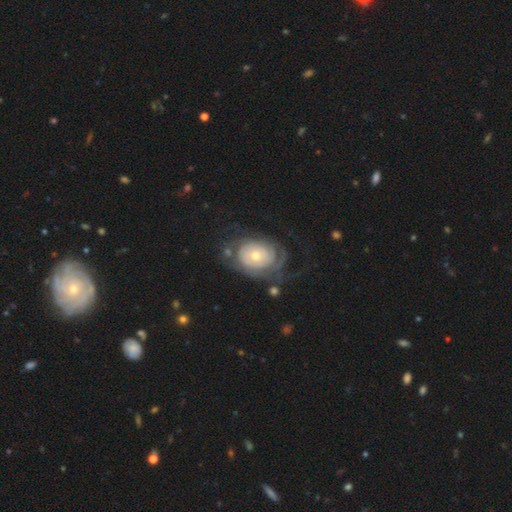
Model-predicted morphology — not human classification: The model was most divided on "bulge size": moderate: 53%, small: 41%, large: 4%, dominant: 1%, none: 1%. Remaining: edge-on disk — no (96%); spiral arms — yes (85%); bar — no (82%); smooth or featured — featured or disk (78%); spiral winding — tight (72%); merging — none (51%); spiral arm count — can't tell (49%).